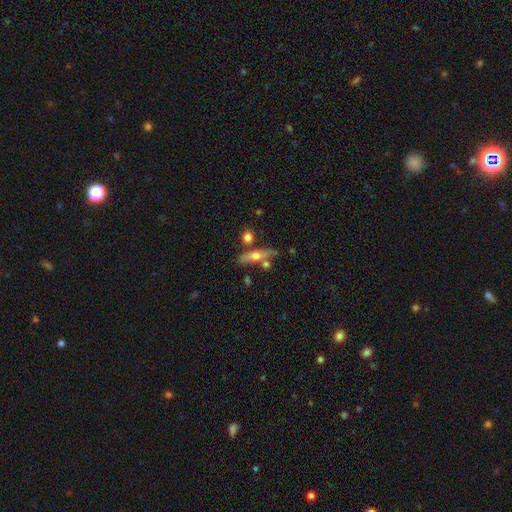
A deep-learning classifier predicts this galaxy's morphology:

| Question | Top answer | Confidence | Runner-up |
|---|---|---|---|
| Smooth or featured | featured or disk | 50% | smooth (43%) |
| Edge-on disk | yes | 84% | no (16%) |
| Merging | none | 66% | merger (15%) |